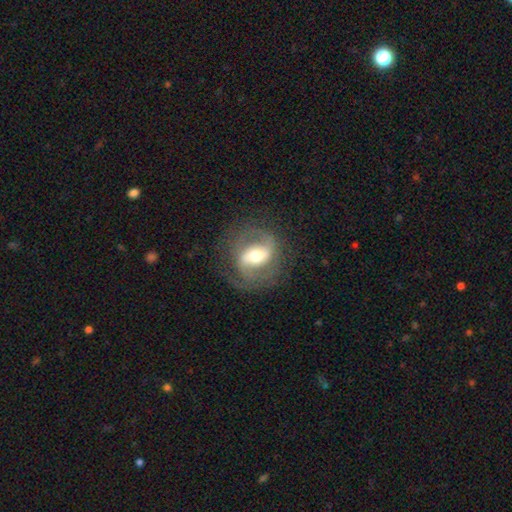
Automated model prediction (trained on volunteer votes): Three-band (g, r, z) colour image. It shows a featured or disk galaxy (75%) with a weak bar (38%), 2 (84%) medium (48%) spiral arms (82%) and a moderate central bulge (67%). Merging: none (72%).